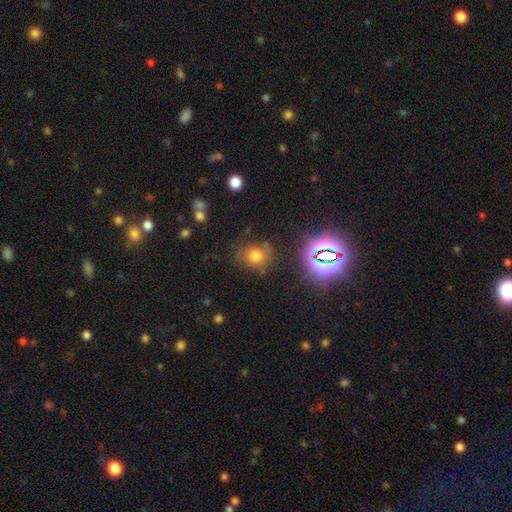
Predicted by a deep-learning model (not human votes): Smooth or featured: smooth — 67% (star or artifact — 21%)
How rounded: round — 73% (in between — 25%)
Merging: none — 67% (minor disturbance — 20%)